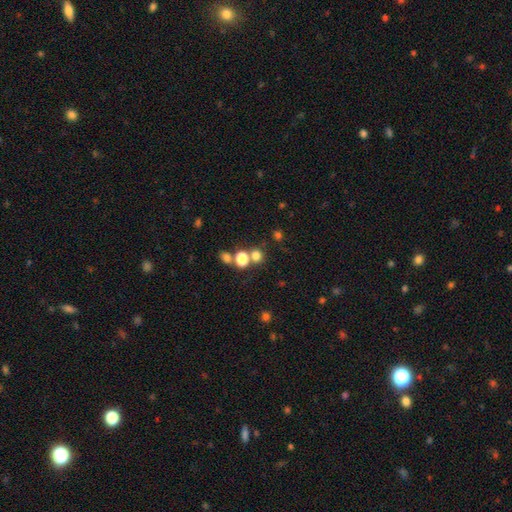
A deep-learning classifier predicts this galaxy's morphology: Smooth or featured? smooth (72%)
How rounded? round (81%)
Merging? none (62%)